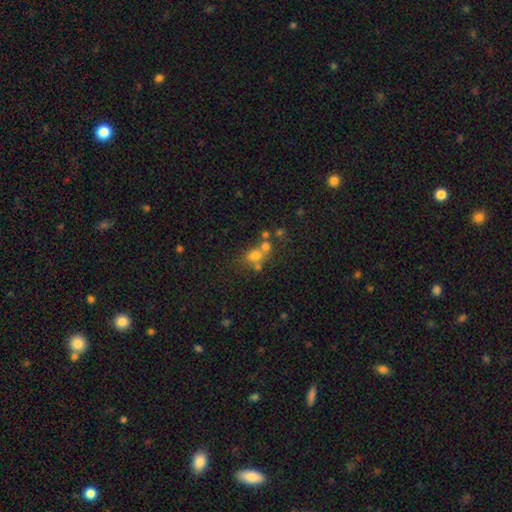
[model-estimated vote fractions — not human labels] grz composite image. It shows a smooth galaxy with no disk features (64%) that is round (69%). Merging: merger (45%).